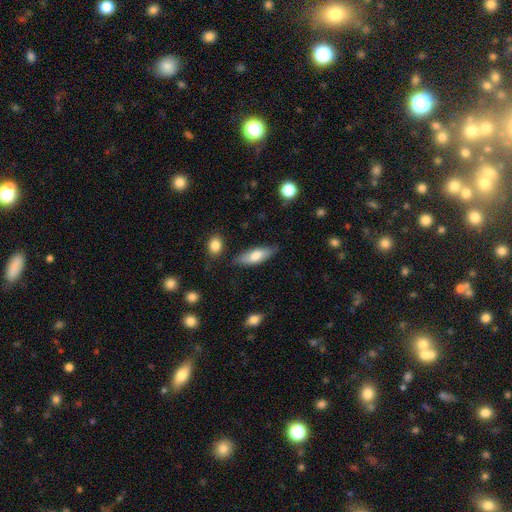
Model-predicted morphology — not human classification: This is likely a smooth galaxy (73%). How rounded: likely in between (65%). Merging: likely none (76%).